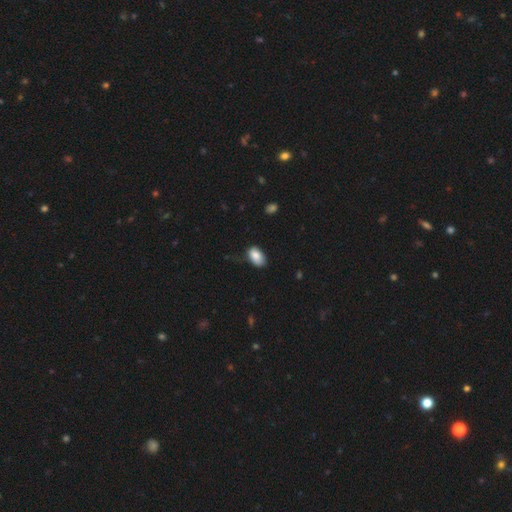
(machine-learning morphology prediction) Smooth or featured: smooth — 84% (featured or disk — 8%)
How rounded: in between — 92% (round — 7%)
Merging: none — 64% (minor disturbance — 28%)